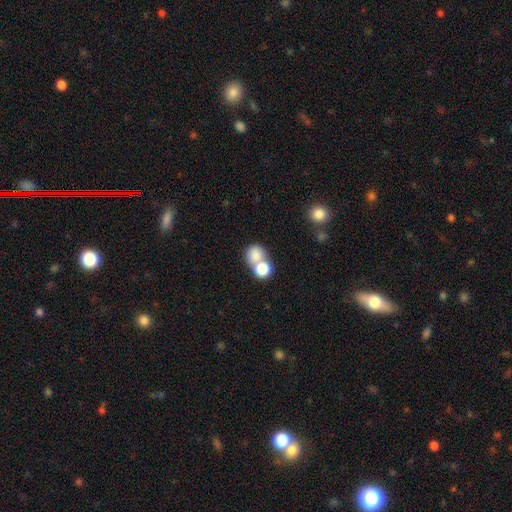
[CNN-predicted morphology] Smooth or featured? smooth (78%)
How rounded? round (74%)
Merging? merger (54%)